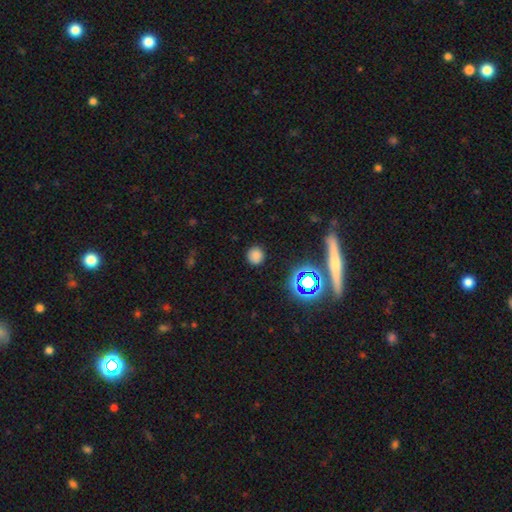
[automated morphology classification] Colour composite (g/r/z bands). It shows a smooth galaxy with no disk features (74%) that is round (91%). Merging: none (88%).